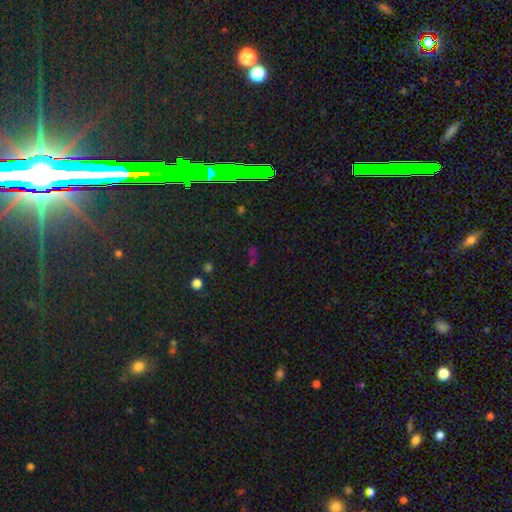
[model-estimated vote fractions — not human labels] A star or artifact, not a galaxy (56%).